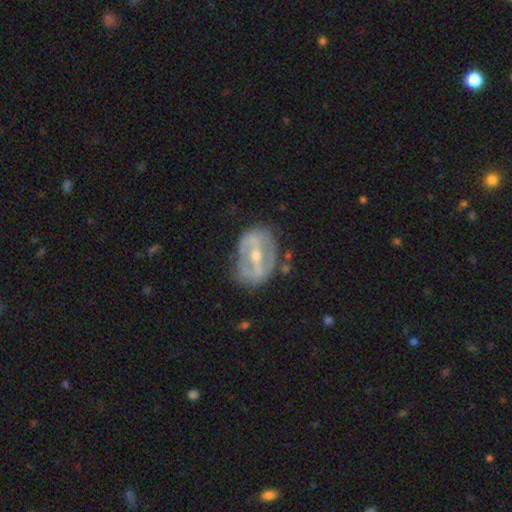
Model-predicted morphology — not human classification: Smooth or featured?
  - featured or disk: 79% *
  - smooth: 15%
  - star or artifact: 6%
Edge-on disk?
  - no: 93% *
  - yes: 7%
Bar?
  - strong: 64% *
  - weak: 24%
  - no: 12%
Spiral arms?
  - no: 52% *
  - yes: 48%
Bulge size?
  - moderate: 55% *
  - small: 42%
  - large: 2%
  - none: 1%
  - dominant: 1%
Merging?
  - none: 70% *
  - minor disturbance: 19%
  - major disturbance: 8%
  - merger: 2%